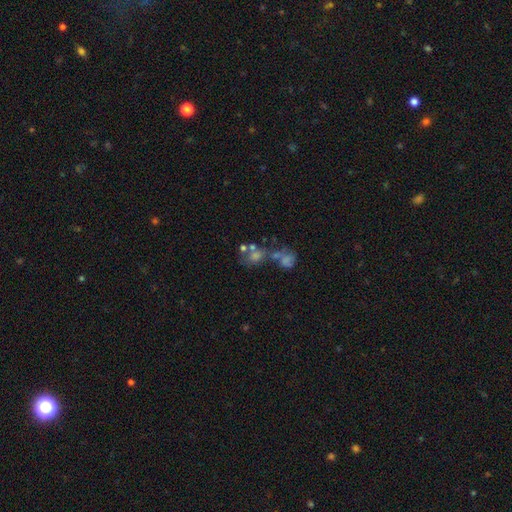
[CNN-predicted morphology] smooth-or-featured: smooth: 40% | featured or disk: 33% | star or artifact: 27%
  merging: merger: 47% | none: 27% | major disturbance: 15% | minor disturbance: 11%